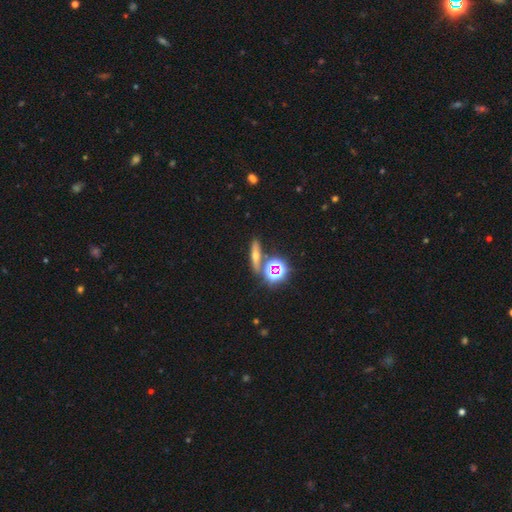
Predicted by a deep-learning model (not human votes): This is marginally a featured or disk galaxy (38%). Merging: likely none (79%).